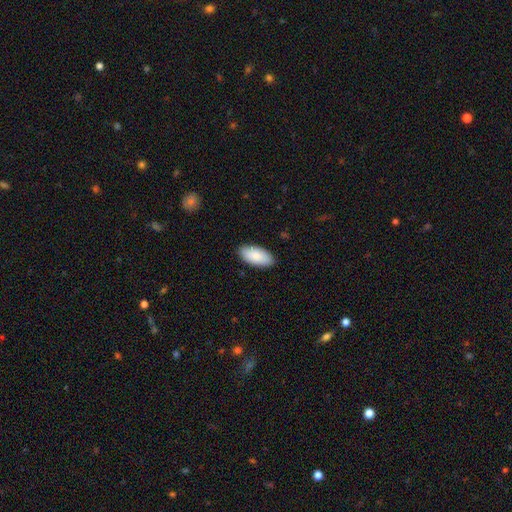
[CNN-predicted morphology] Q: Smooth or featured?
A: smooth (88%); runner-up: featured or disk (6%)
Q: How rounded?
A: in between (94%); runner-up: cigar-shaped (5%)
Q: Merging?
A: none (88%); runner-up: minor disturbance (9%)